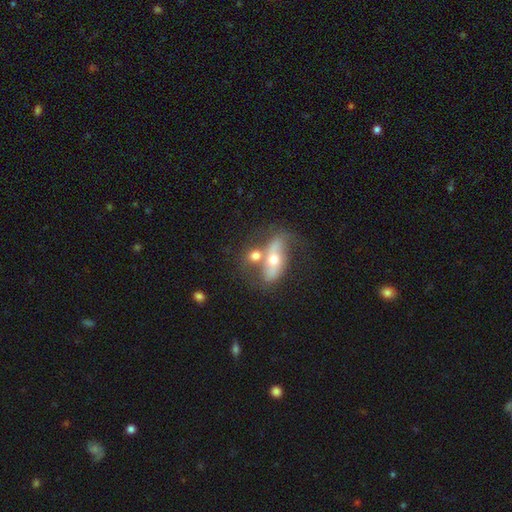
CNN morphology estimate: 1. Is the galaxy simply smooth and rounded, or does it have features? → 48% featured or disk, 43% smooth, 9% star or artifact.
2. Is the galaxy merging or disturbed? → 42% merger, 35% none, 14% minor disturbance, 10% major disturbance.